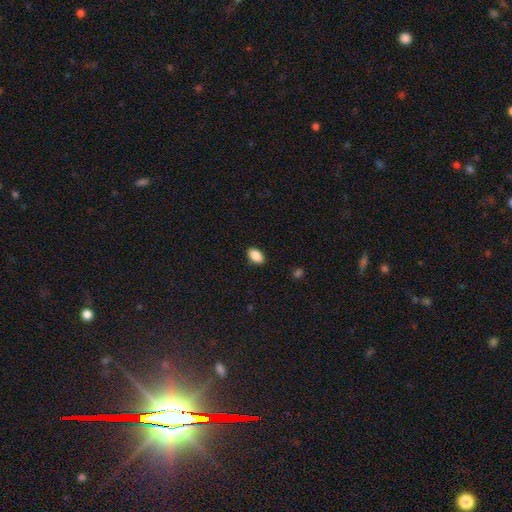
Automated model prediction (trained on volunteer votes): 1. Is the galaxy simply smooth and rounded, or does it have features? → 88% smooth, 7% star or artifact, 5% featured or disk.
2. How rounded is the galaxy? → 92% in between, 5% round, 3% cigar-shaped.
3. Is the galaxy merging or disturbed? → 88% none, 9% minor disturbance, 2% major disturbance, 1% merger.